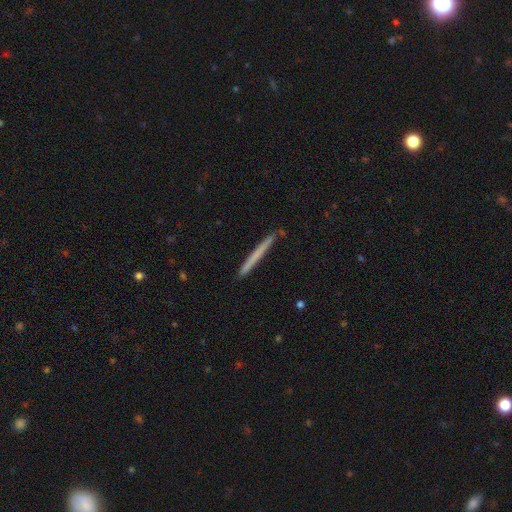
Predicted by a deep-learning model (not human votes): Morphology: type=smooth (59%); roundness=cigar-shaped (97%); merging=none (89%).